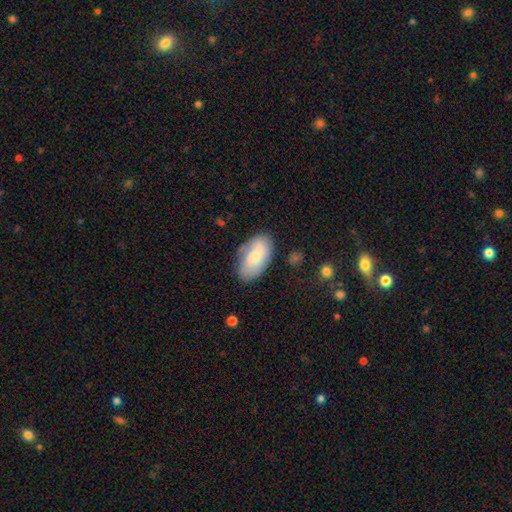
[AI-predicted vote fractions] Morphology: type=smooth (66%); roundness=in between (94%); merging=none (71%).